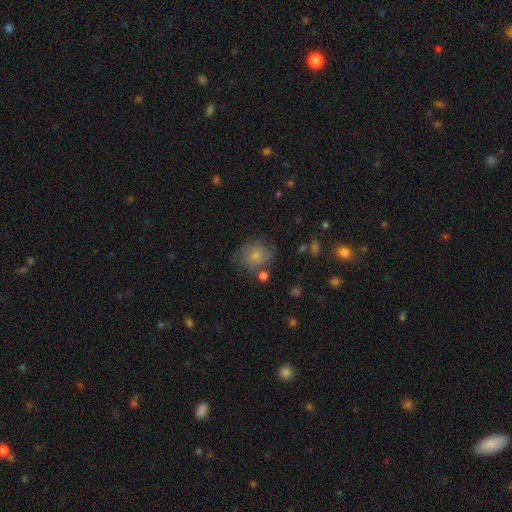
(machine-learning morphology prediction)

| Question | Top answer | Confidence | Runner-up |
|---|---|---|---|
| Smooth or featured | smooth | 59% | featured or disk (31%) |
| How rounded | round | 69% | in between (30%) |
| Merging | none | 56% | minor disturbance (24%) |